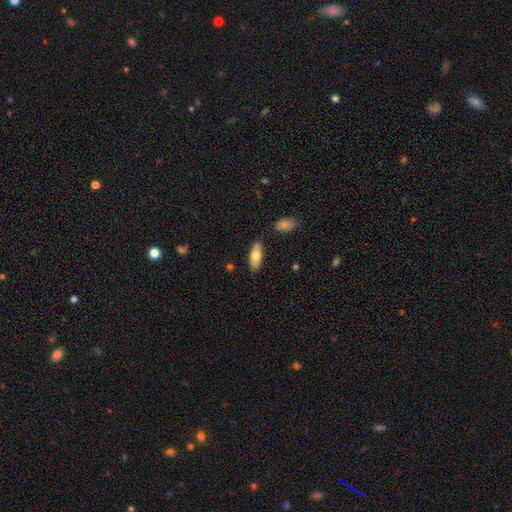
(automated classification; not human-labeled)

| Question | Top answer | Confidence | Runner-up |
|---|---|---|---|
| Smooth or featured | smooth | 68% | featured or disk (26%) |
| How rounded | in between | 78% | cigar-shaped (19%) |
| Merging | none | 84% | minor disturbance (11%) |